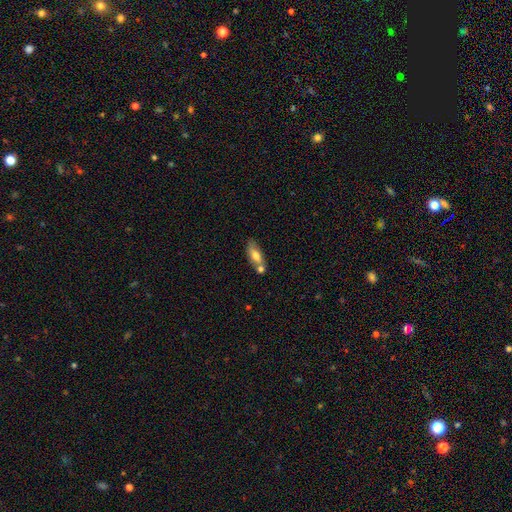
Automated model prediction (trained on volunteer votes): Q: Smooth or featured?
A: smooth (68%); runner-up: featured or disk (24%)
Q: How rounded?
A: in between (77%); runner-up: cigar-shaped (19%)
Q: Merging?
A: none (50%); runner-up: merger (30%)